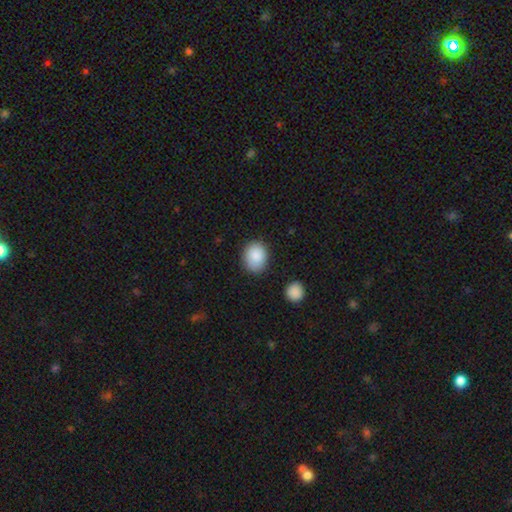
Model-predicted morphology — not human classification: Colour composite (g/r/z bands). It shows a smooth galaxy with no disk features (88%) that is in between round and cigar-shaped (50%). Merging: none (81%).